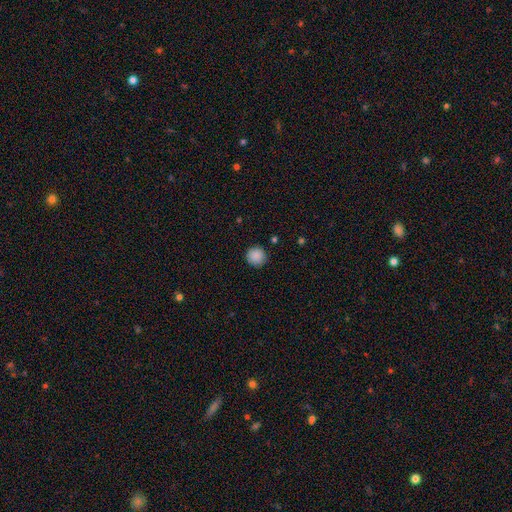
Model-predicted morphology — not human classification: A smooth galaxy with no disk features (88%) that is round (95%). Merging: none (89%).